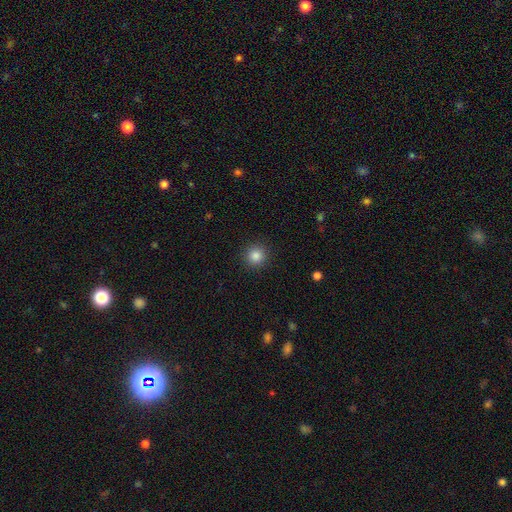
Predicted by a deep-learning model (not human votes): Smooth or featured?
  - smooth: 85% *
  - star or artifact: 11%
  - featured or disk: 4%
How rounded?
  - round: 94% *
  - in between: 5%
  - cigar-shaped: 1%
Merging?
  - none: 92% *
  - minor disturbance: 5%
  - major disturbance: 2%
  - merger: 1%